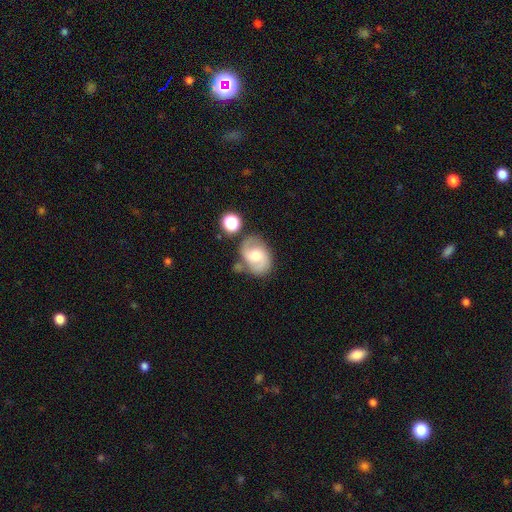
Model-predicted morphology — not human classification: type=featured or disk (61%); edge-on=no (97%); bar=no (52%); spiral arms=yes (86%); winding=medium (51%); arm count=2 (85%); bulge=moderate (64%); merging=none (62%).